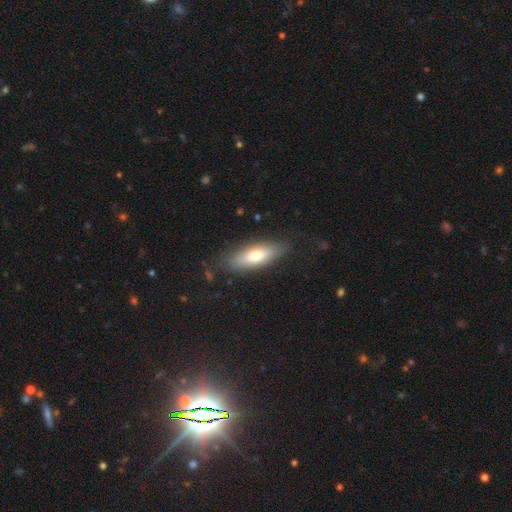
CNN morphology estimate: This is likely a smooth galaxy (68%). How rounded: likely in between (64%). Merging: clearly none (80%).